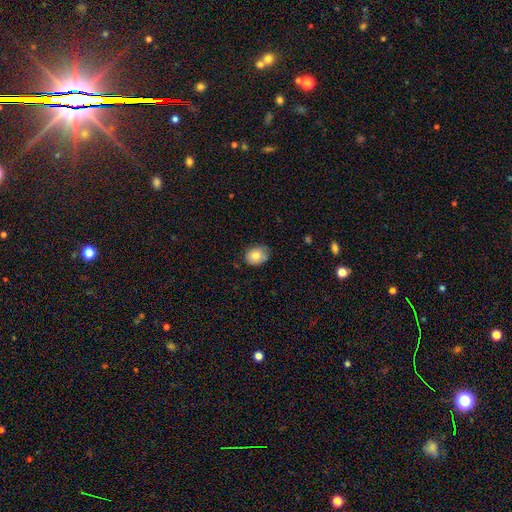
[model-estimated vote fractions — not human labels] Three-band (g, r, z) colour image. It shows a smooth galaxy with no disk features (78%) that is in between round and cigar-shaped (50%). Merging: none (75%).